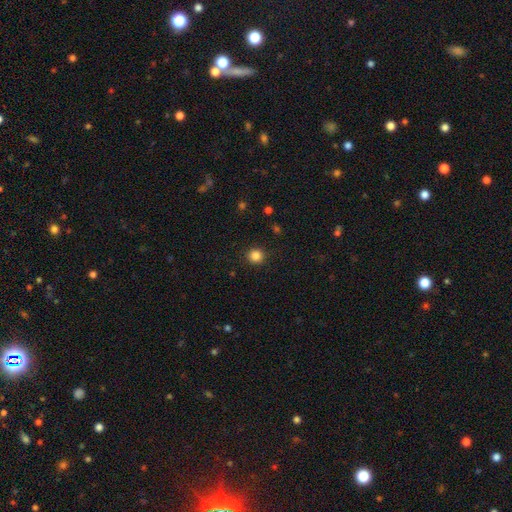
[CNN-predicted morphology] smooth-or-featured: smooth: 85% | star or artifact: 11% | featured or disk: 4%
  how-rounded: round: 92% | in between: 7% | cigar-shaped: 1%
  merging: none: 90% | minor disturbance: 6% | major disturbance: 2% | merger: 1%